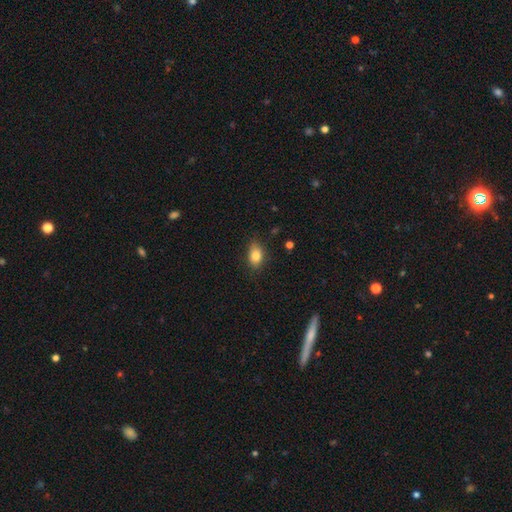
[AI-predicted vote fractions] This appears to be a smooth galaxy with no disk features (84%) that is in between round and cigar-shaped (82%). Merging: none (79%).